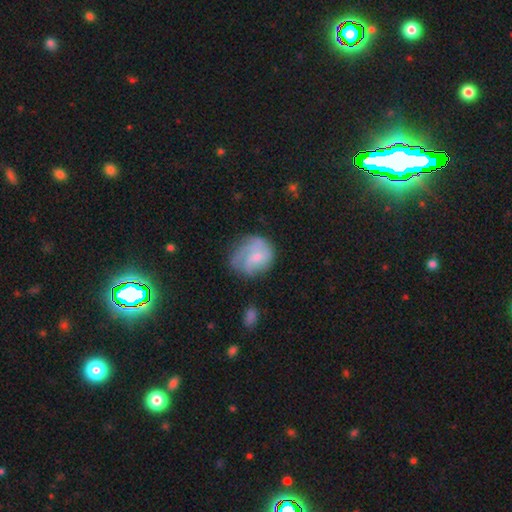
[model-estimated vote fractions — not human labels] smooth_or_featured: featured or disk (p=0.51) [alt: smooth p=0.42]
disk_edge_on: no (p=0.98) [alt: yes p=0.02]
merging: none (p=0.49) [alt: minor disturbance p=0.26]